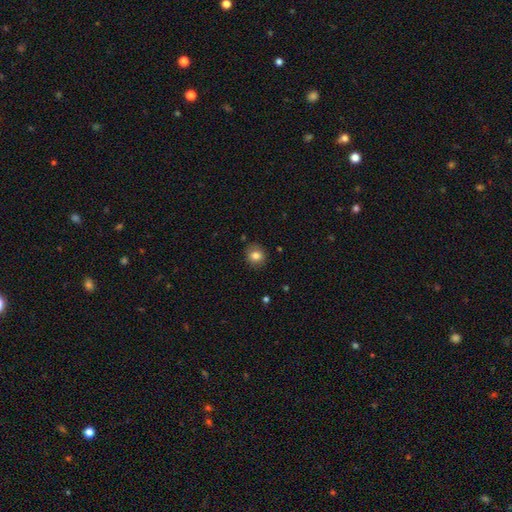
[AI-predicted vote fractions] Q: Smooth or featured?
A: smooth (81%); runner-up: star or artifact (10%)
Q: How rounded?
A: round (85%); runner-up: in between (14%)
Q: Merging?
A: none (87%); runner-up: minor disturbance (10%)